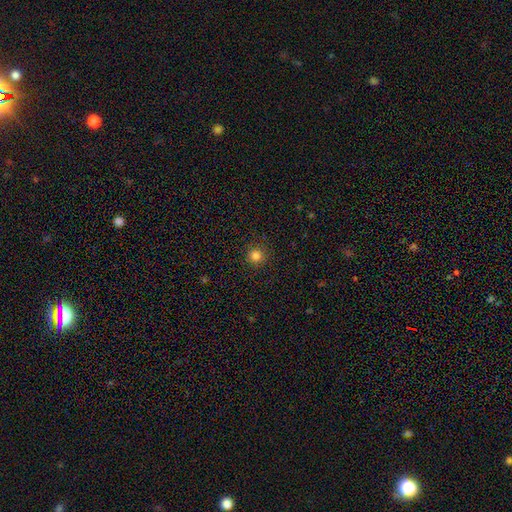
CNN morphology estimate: The model was most divided on "smooth or featured": smooth: 82%, star or artifact: 13%, featured or disk: 5%. More confident: how rounded — round (95%); merging — none (92%).